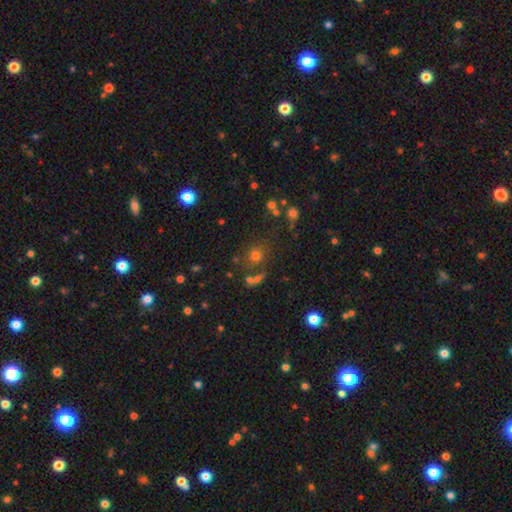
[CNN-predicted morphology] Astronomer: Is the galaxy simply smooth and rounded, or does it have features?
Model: smooth — 68%.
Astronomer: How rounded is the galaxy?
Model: round — 83%.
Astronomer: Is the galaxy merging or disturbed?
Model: none — 71%.